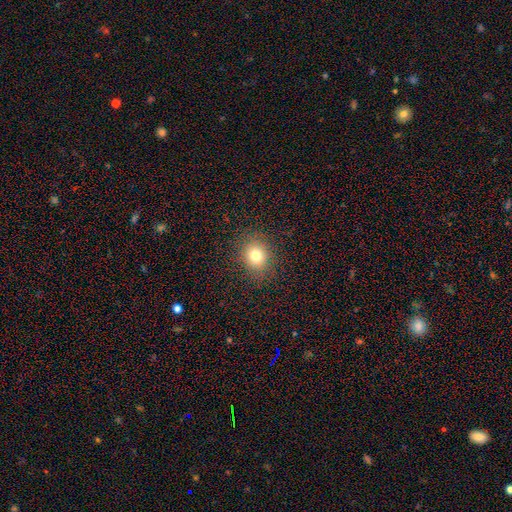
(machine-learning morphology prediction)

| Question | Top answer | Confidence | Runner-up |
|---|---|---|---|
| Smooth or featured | smooth | 76% | star or artifact (15%) |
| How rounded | round | 68% | in between (31%) |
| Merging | none | 87% | minor disturbance (8%) |